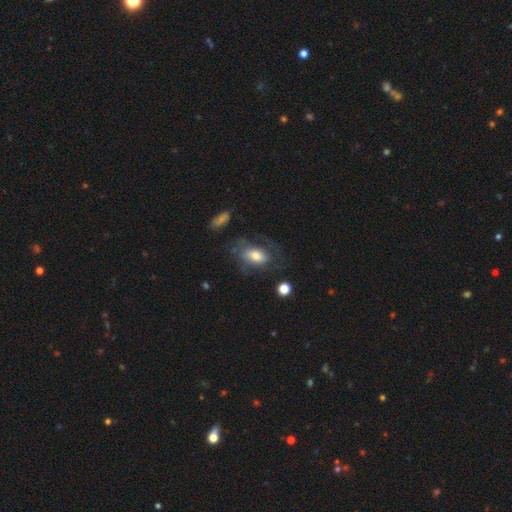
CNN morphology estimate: A smooth galaxy with no disk features (49%).

Vote fractions:
- Smooth or featured? smooth: 49% / featured or disk: 43% / star or artifact: 9%
- Merging? none: 50% / major disturbance: 25% / minor disturbance: 22% / merger: 3%